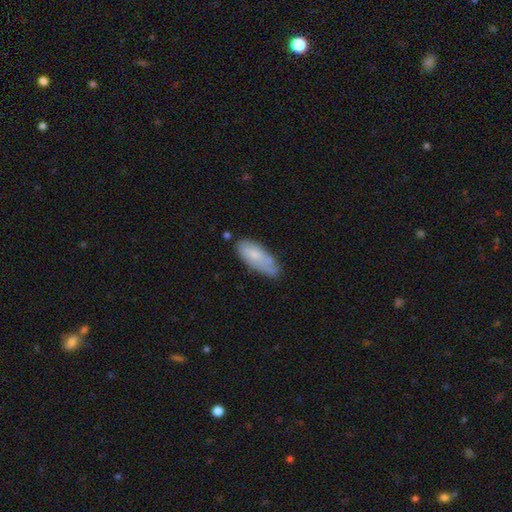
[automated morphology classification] Smooth or featured: smooth — 65% (featured or disk — 28%)
How rounded: in between — 75% (cigar-shaped — 23%)
Merging: none — 50% (minor disturbance — 34%)